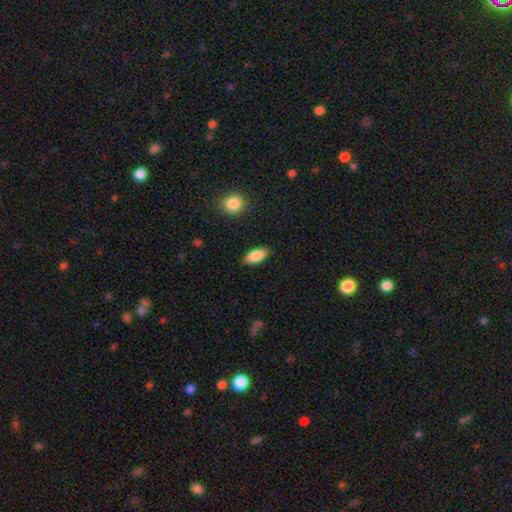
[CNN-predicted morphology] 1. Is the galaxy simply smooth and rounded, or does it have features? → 84% smooth, 9% featured or disk, 6% star or artifact.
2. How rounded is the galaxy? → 86% in between, 11% cigar-shaped, 3% round.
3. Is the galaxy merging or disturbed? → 87% none, 10% minor disturbance, 2% major disturbance, 1% merger.